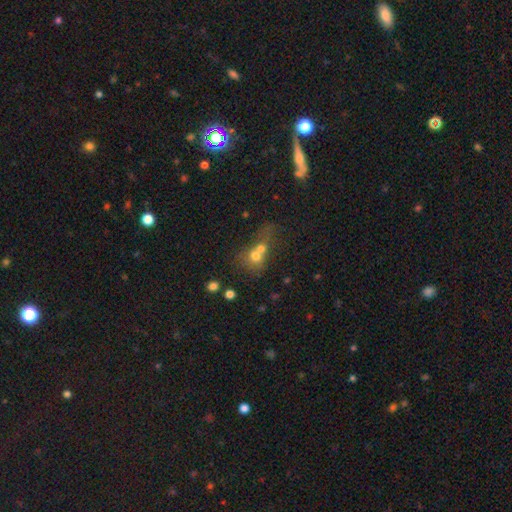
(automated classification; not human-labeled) Q: Smooth or featured?
A: smooth (65%); runner-up: featured or disk (22%)
Q: How rounded?
A: round (66%); runner-up: in between (32%)
Q: Merging?
A: merger (72%); runner-up: none (15%)